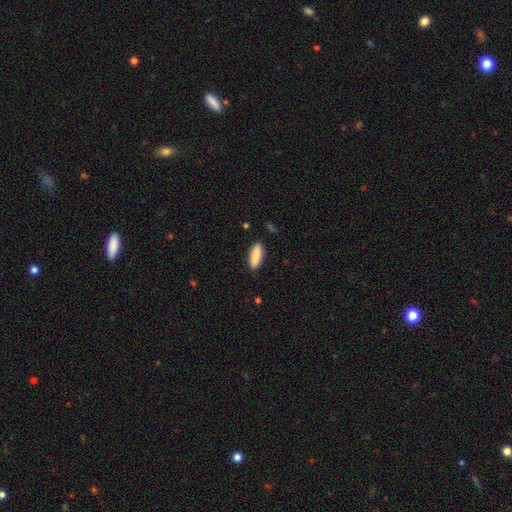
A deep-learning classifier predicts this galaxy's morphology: The model was most divided on "how rounded": in between: 70%, cigar-shaped: 28%, round: 2%. More confident: merging — none (89%); smooth or featured — smooth (82%).